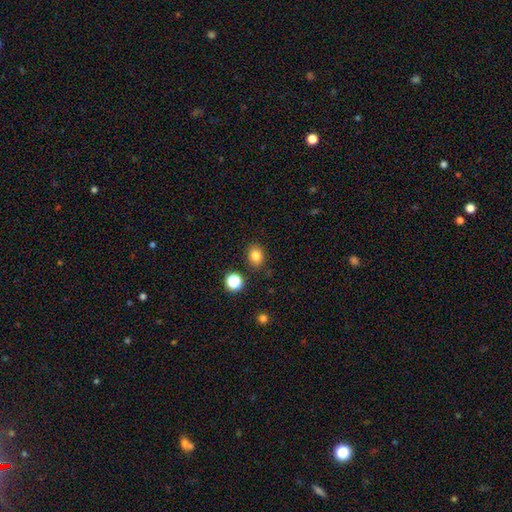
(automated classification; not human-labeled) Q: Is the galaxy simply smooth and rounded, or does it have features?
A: smooth — 82%.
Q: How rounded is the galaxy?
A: round — 51%.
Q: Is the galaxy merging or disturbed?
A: none — 85%.